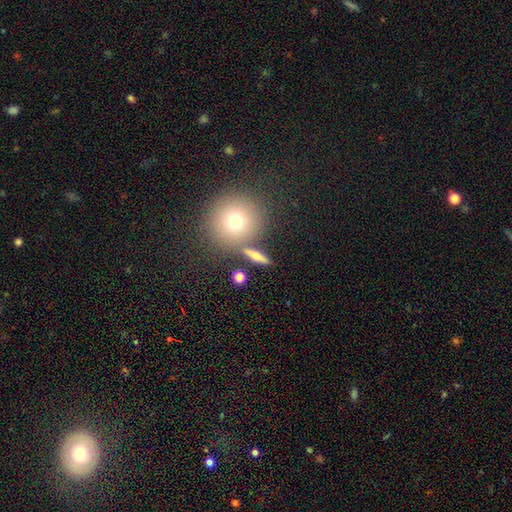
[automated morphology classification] A smooth galaxy with no disk features (59%) that is cigar-shaped (46%).

Vote fractions:
- Smooth or featured? smooth: 59% / featured or disk: 29% / star or artifact: 13%
- How rounded? cigar-shaped: 46% / round: 30% / in between: 24%
- Merging? none: 79% / minor disturbance: 9% / merger: 8% / major disturbance: 4%